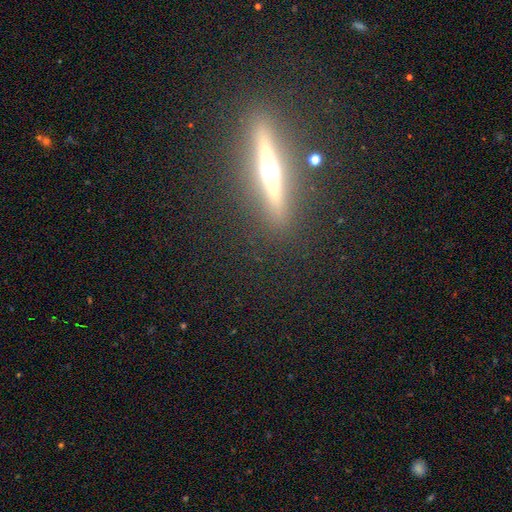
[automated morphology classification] Overall: featured or disk (71%). Edge-on disk: yes (96%). Edge-on bulge: rounded (79%). Merging: none (89%).